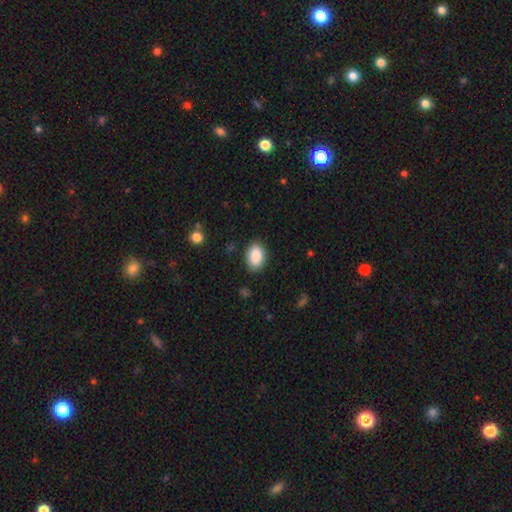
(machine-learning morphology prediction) smooth 89%, star or artifact 7%, featured or disk 4%. Down the decision tree: how rounded — in between (87%); merging — none (85%).